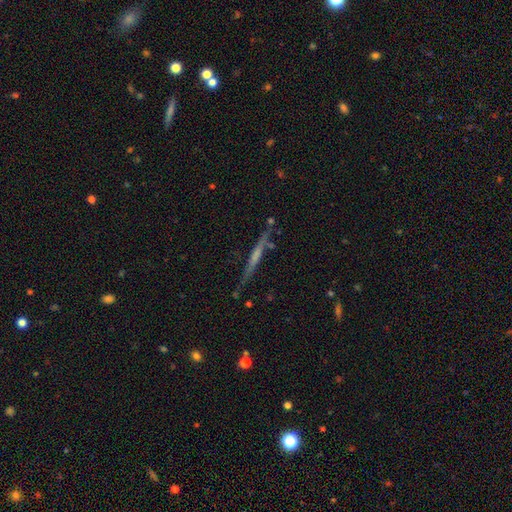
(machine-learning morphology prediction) Overall: featured or disk (61%; smooth 31%). Edge-on disk: yes (95%). Edge-on bulge: none (65%). Merging: none (78%).